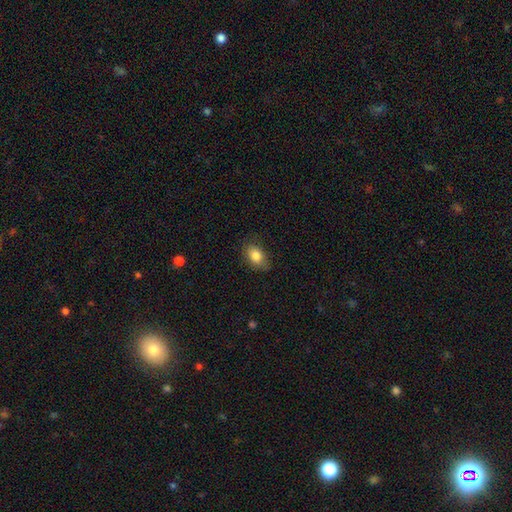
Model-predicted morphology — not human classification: The model was most divided on "merging": none: 79%, minor disturbance: 16%, major disturbance: 4%, merger: 1%. More confident: smooth or featured — smooth (84%); how rounded — in between (81%).